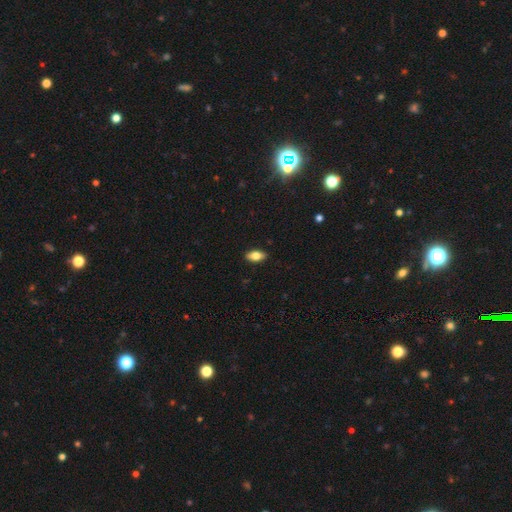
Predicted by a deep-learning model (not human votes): A smooth galaxy with no disk features (77%) that is in between round and cigar-shaped (89%).

Vote fractions:
- Smooth or featured? smooth: 77% / featured or disk: 16% / star or artifact: 7%
- How rounded? in between: 89% / cigar-shaped: 7% / round: 4%
- Merging? none: 90% / minor disturbance: 7% / major disturbance: 2% / merger: 1%